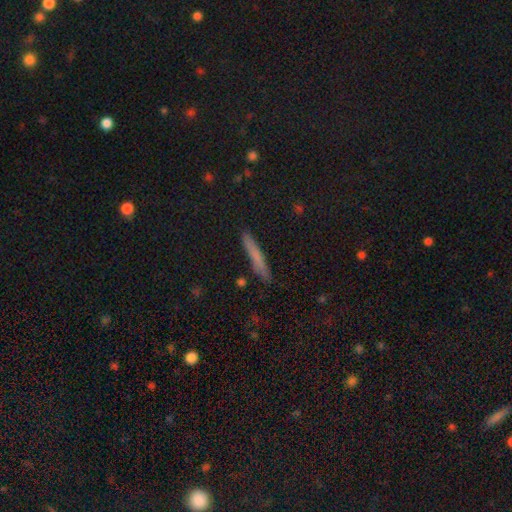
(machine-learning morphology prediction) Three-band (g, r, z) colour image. It shows a smooth galaxy with no disk features (71%) that is cigar-shaped (95%). Merging: none (87%).